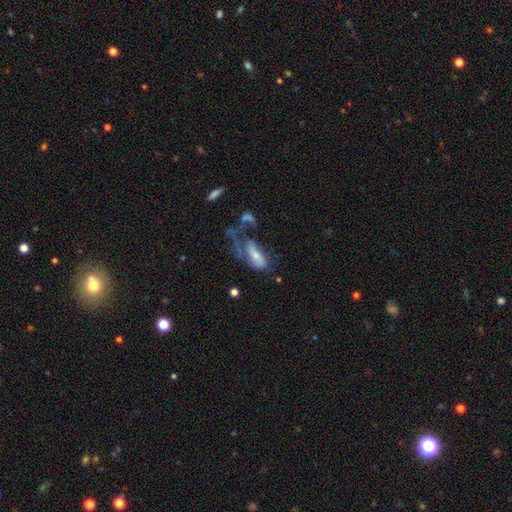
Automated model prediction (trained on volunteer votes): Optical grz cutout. It shows a smooth galaxy with no disk features (56%) that is in between round and cigar-shaped (78%). Merging: major disturbance (52%).